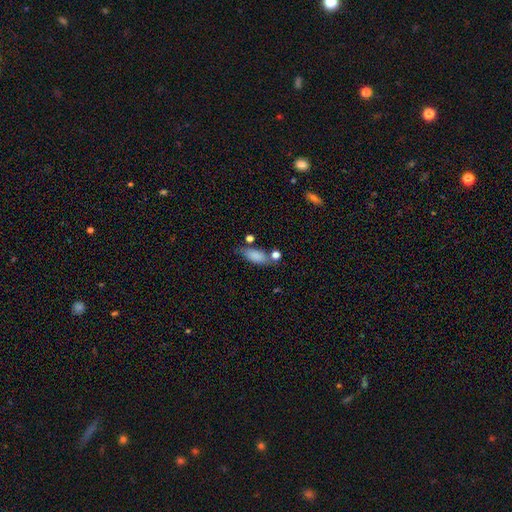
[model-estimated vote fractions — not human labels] Q: Smooth or featured?
A: smooth (82%); runner-up: featured or disk (10%)
Q: How rounded?
A: in between (79%); runner-up: cigar-shaped (17%)
Q: Merging?
A: none (58%); runner-up: minor disturbance (20%)